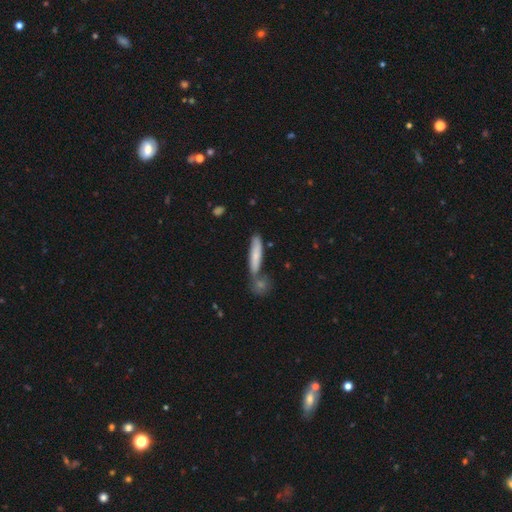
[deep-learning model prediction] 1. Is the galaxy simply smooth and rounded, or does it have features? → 70% smooth, 24% featured or disk, 6% star or artifact.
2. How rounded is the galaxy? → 82% cigar-shaped, 17% in between, 2% round.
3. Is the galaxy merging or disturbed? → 58% none, 25% merger, 14% minor disturbance, 4% major disturbance.